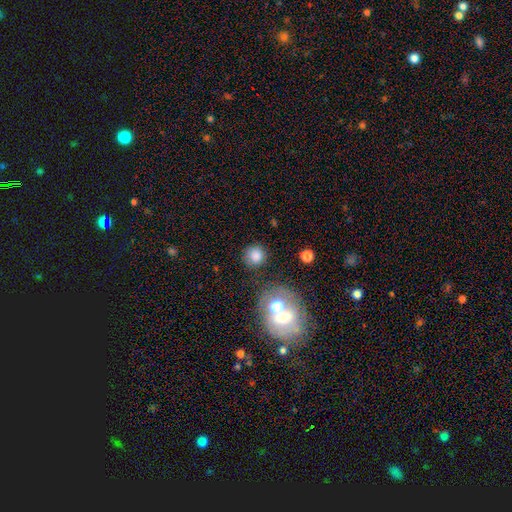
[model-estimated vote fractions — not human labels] A smooth galaxy with no disk features (79%) that is round (90%).

Vote fractions:
- Smooth or featured? smooth: 79% / star or artifact: 13% / featured or disk: 8%
- How rounded? round: 90% / in between: 9% / cigar-shaped: 1%
- Merging? none: 74% / minor disturbance: 12% / merger: 8% / major disturbance: 5%